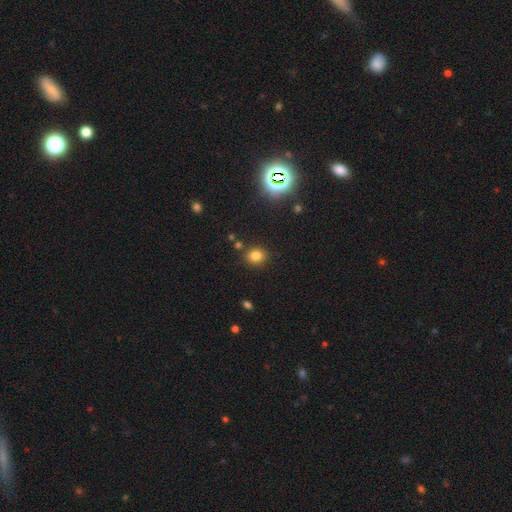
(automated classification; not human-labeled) The model was most divided on "how rounded": round: 76%, in between: 23%, cigar-shaped: 1%. More confident: merging — none (85%); smooth or featured — smooth (79%).